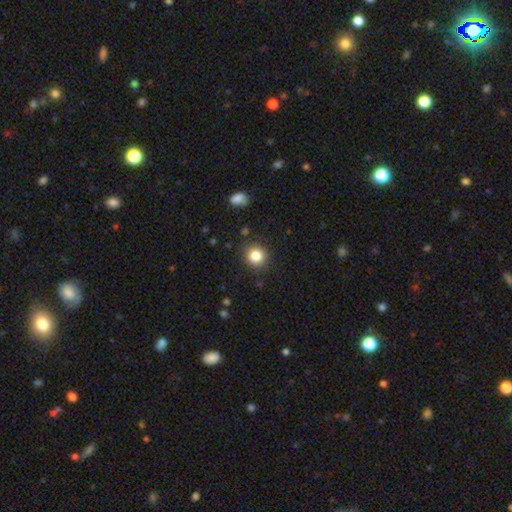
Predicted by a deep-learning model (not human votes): A smooth galaxy with no disk features (84%) that is round (89%). Merging: none (88%).